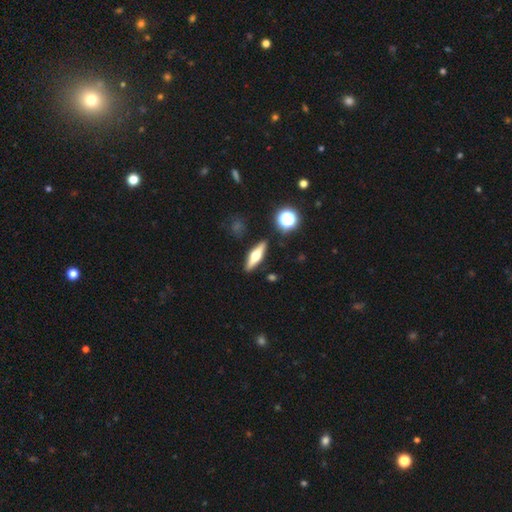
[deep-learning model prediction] Smooth or featured? Predicted: featured or disk (p=0.55). Edge-on disk? Predicted: yes (p=0.92). Edge-on bulge? Predicted: rounded (p=0.95). Merging? Predicted: none (p=0.88).